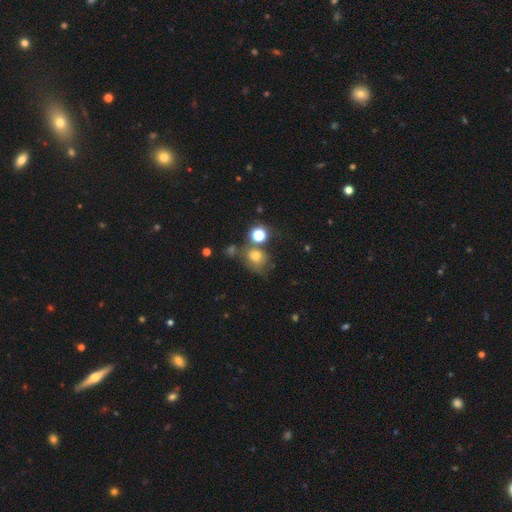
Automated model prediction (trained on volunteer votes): Smooth or featured? smooth (69%)
How rounded? round (71%)
Merging? none (50%)